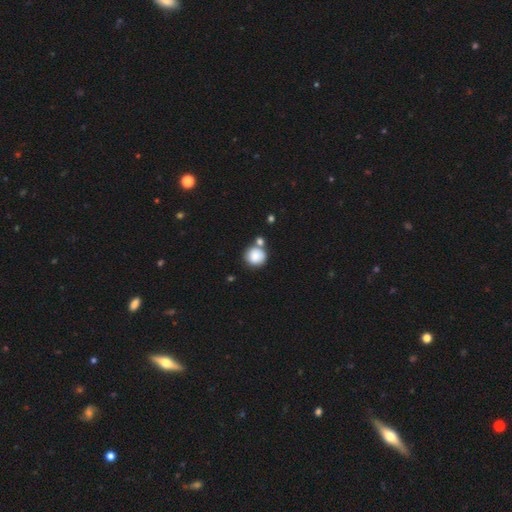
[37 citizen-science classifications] A smooth galaxy with no disk features (89%) that is round (94%).

Vote fractions:
- Smooth or featured? smooth: 89% / featured or disk: 8% / star or artifact: 3%
- How rounded? round: 94% / in between: 6% / cigar-shaped: 0%
- Merging? none: 50% / merger: 33% / minor disturbance: 14% / major disturbance: 3%